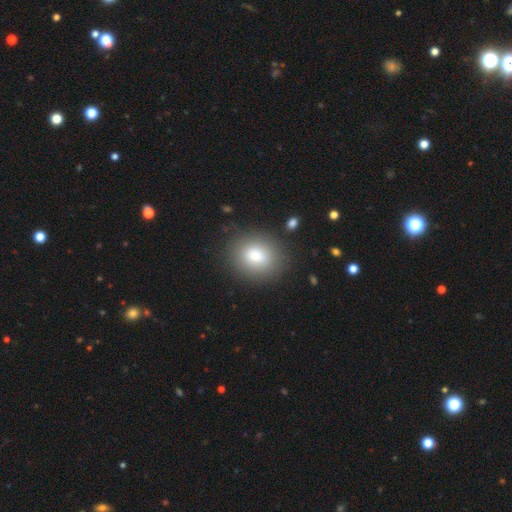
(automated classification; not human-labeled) smooth_or_featured: smooth (p=0.82) [alt: featured or disk p=0.09]
how_rounded: round (p=0.62) [alt: in between p=0.37]
merging: none (p=0.83) [alt: minor disturbance p=0.10]